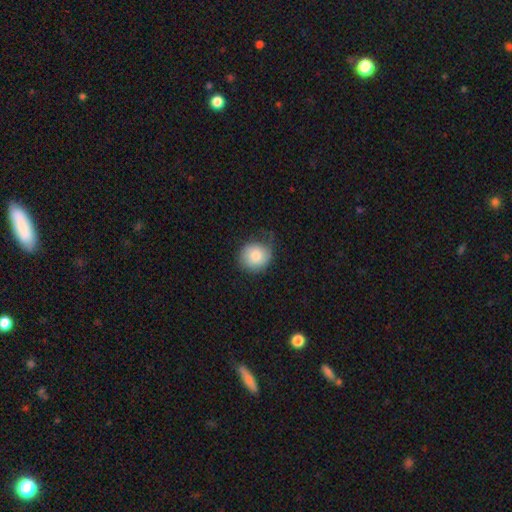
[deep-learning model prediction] Smooth or featured? Predicted: smooth (p=0.80). How rounded? Predicted: round (p=0.82). Merging? Predicted: none (p=0.56).